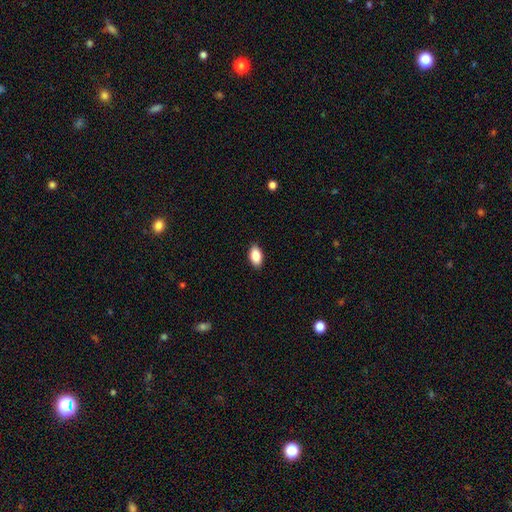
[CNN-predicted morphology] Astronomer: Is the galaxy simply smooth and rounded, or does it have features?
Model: smooth — 87%.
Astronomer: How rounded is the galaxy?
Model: in between — 93%.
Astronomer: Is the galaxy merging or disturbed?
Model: none — 89%.